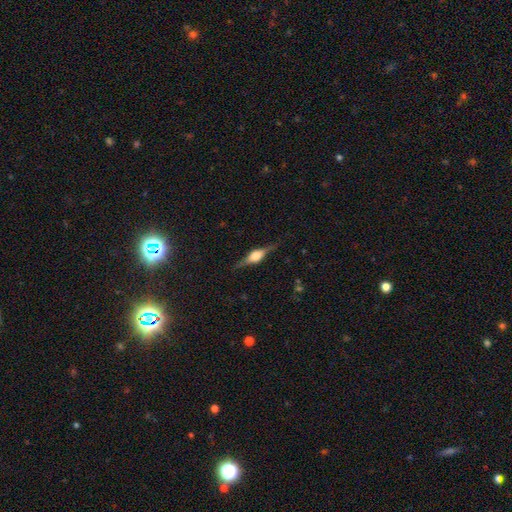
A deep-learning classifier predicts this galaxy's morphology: Smooth or featured?
  - featured or disk: 76% *
  - smooth: 17%
  - star or artifact: 7%
Edge-on disk?
  - yes: 97% *
  - no: 3%
Edge-on bulge?
  - rounded: 88% *
  - boxy: 11%
  - none: 2%
Merging?
  - none: 85% *
  - minor disturbance: 11%
  - major disturbance: 3%
  - merger: 1%